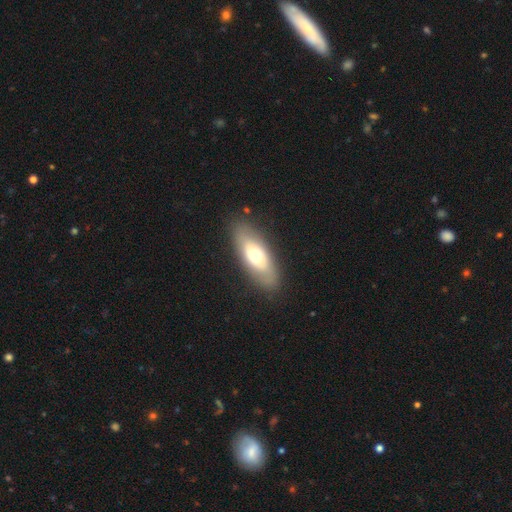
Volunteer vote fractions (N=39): Smooth or featured? 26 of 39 (67%) said smooth. How rounded? 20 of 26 (77%) said in between. Merging? 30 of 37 (81%) said none.